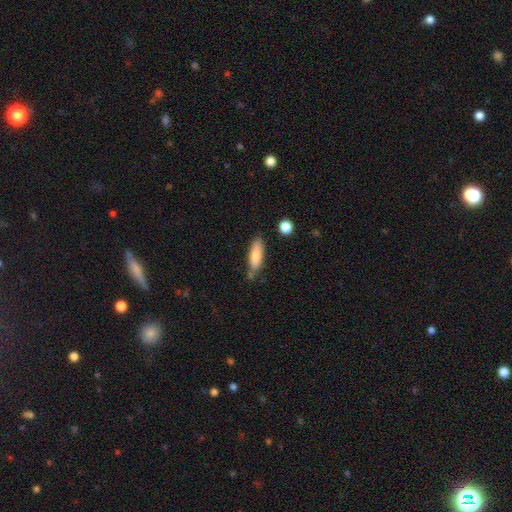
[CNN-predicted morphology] Smooth or featured? Predicted: smooth (p=0.80). How rounded? Predicted: cigar-shaped (p=0.54). Merging? Predicted: none (p=0.69).